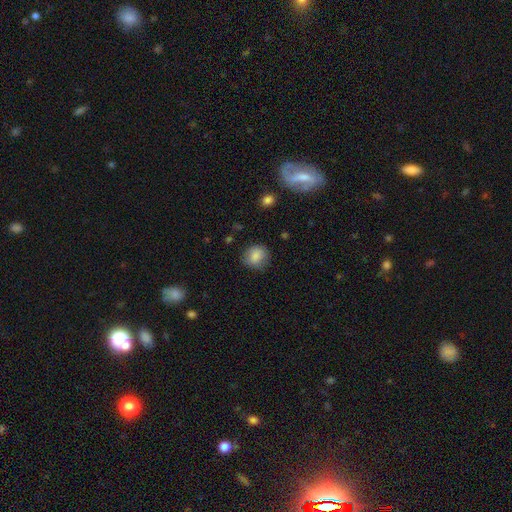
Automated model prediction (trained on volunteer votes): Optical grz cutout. It shows a smooth galaxy with no disk features (85%) that is round (72%). Merging: none (76%).